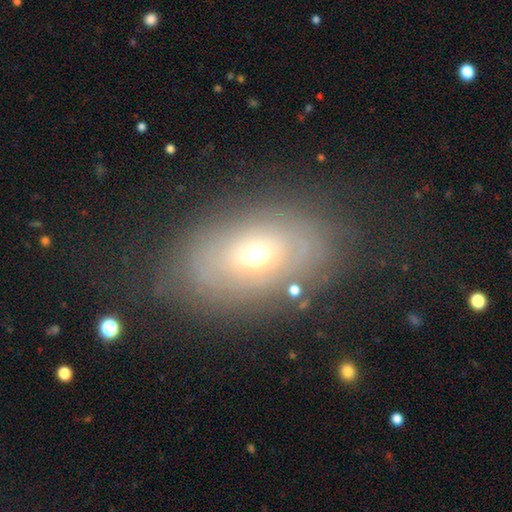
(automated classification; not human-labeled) smooth-or-featured: featured or disk: 44% (tied) | smooth: 44% (tied) | star or artifact: 12%
  merging: none: 74% | minor disturbance: 16% | major disturbance: 8% | merger: 2%